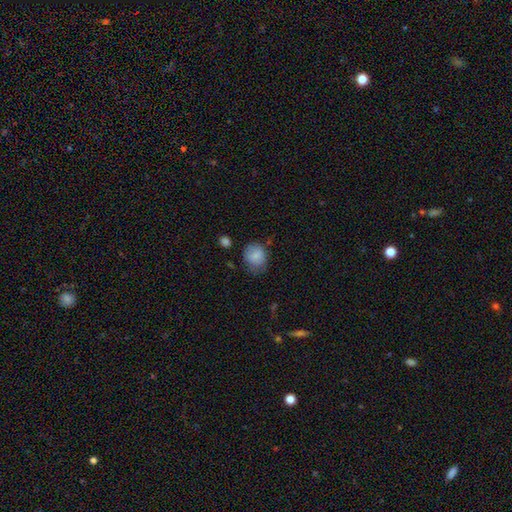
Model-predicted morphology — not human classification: This is clearly a smooth galaxy (83%). How rounded: likely round (60%). Merging: likely none (61%).